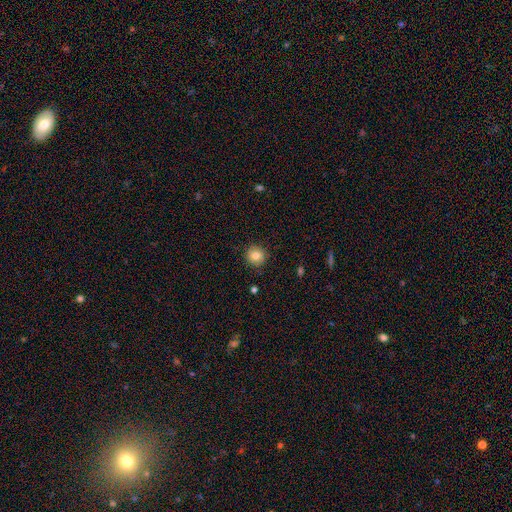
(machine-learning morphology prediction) smooth-or-featured: smooth: 82% | star or artifact: 10% | featured or disk: 8%
  how-rounded: round: 93% | in between: 6% | cigar-shaped: 1%
  merging: none: 89% | minor disturbance: 8% | major disturbance: 2% | merger: 1%